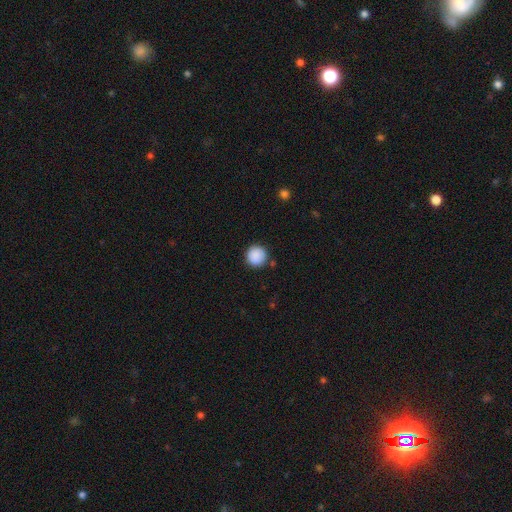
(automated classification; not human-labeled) This is clearly a smooth galaxy (89%). How rounded: clearly round (96%). Merging: clearly none (89%).